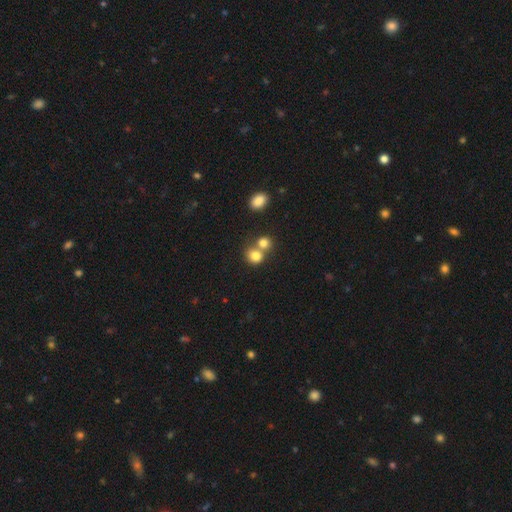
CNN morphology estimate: type=smooth (81%); roundness=round (71%); merging=merger (49%).